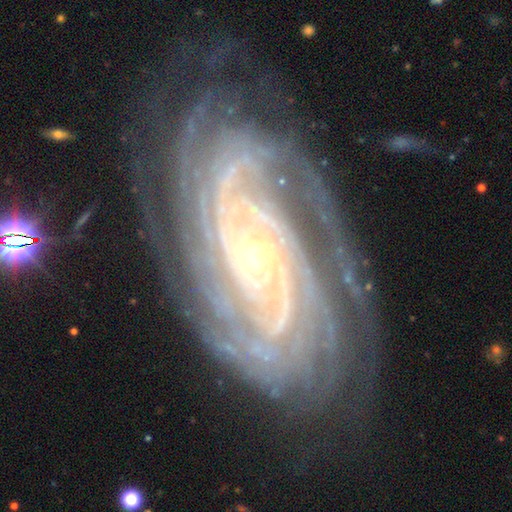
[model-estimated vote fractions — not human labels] The model was most divided on "spiral arm count": more than 4: 26%, 4: 23%, can't tell: 17%, 3: 14%, 2: 12%, 1: 8%. More confident: spiral arms — yes (99%); edge-on disk — no (96%); smooth or featured — featured or disk (92%); bulge size — small (82%); spiral winding — tight (81%); merging — none (78%); bar — no (62%).